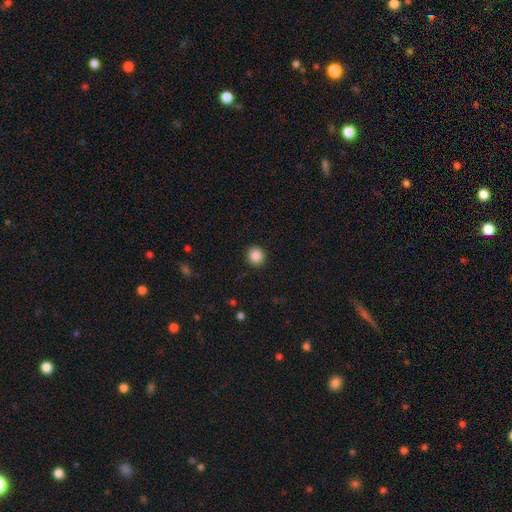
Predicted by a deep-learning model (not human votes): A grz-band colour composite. It shows a smooth galaxy with no disk features (87%) that is round (92%). Merging: none (92%).